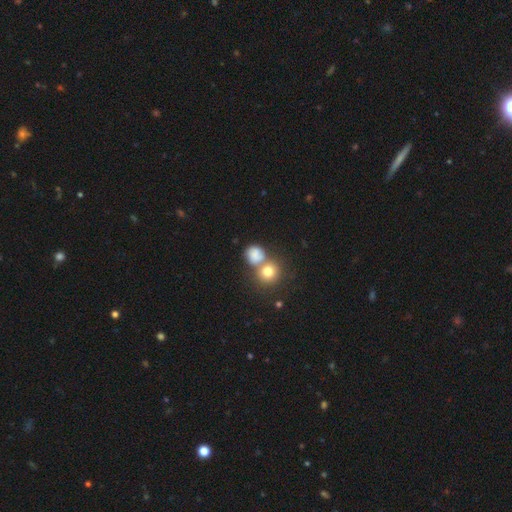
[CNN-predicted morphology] smooth-or-featured: smooth: 70% | star or artifact: 19% | featured or disk: 11%
  how-rounded: round: 83% | in between: 16% | cigar-shaped: 1%
  merging: none: 46% | merger: 43% | minor disturbance: 7% | major disturbance: 3%